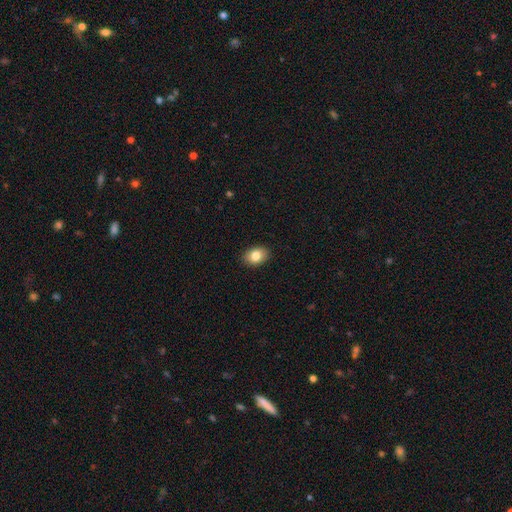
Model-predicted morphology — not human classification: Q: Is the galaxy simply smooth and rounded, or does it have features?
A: smooth — 84%.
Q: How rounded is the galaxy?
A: in between — 76%.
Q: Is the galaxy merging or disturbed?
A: none — 89%.